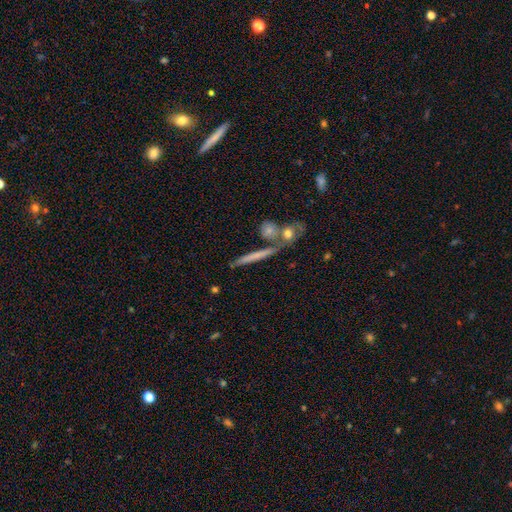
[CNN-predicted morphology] type=smooth (51%); roundness=cigar-shaped (89%); merging=none (68%).